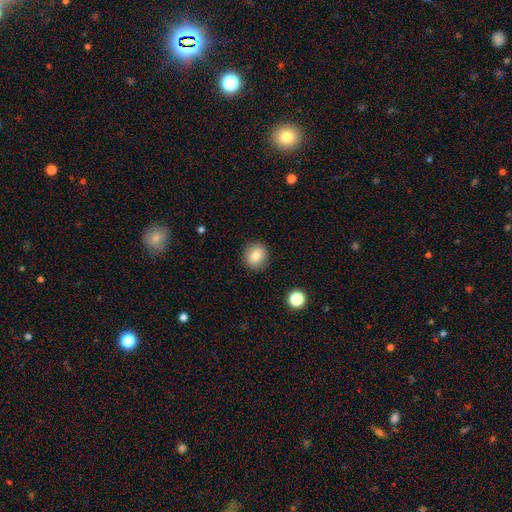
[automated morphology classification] Q: Smooth or featured?
A: smooth (81%); runner-up: star or artifact (10%)
Q: How rounded?
A: round (80%); runner-up: in between (19%)
Q: Merging?
A: none (89%); runner-up: minor disturbance (8%)